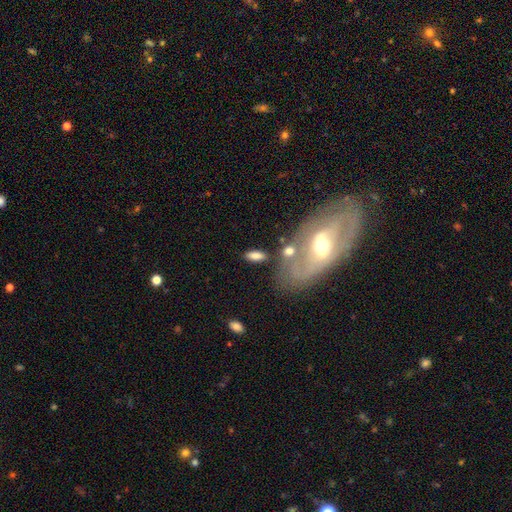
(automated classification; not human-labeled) The model was most divided on "merging": none: 64%, minor disturbance: 14%, merger: 14%, major disturbance: 8%. More confident: how rounded — in between (81%); smooth or featured — smooth (76%).